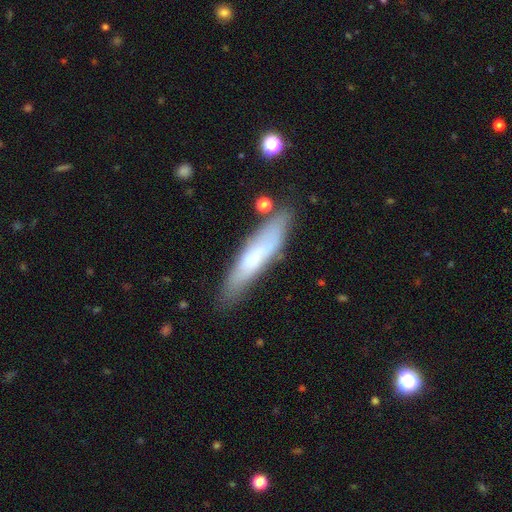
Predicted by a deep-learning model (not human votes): A smooth galaxy with no disk features (61%) that is cigar-shaped (79%). Merging: none (73%).